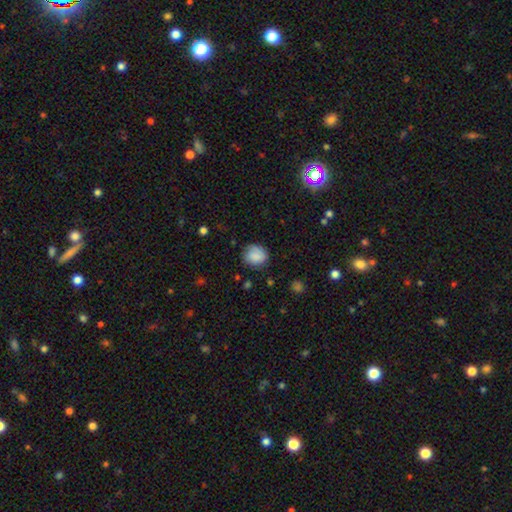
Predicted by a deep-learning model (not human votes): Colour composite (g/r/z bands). It shows a smooth galaxy with no disk features (78%) that is round (71%). Merging: none (72%).